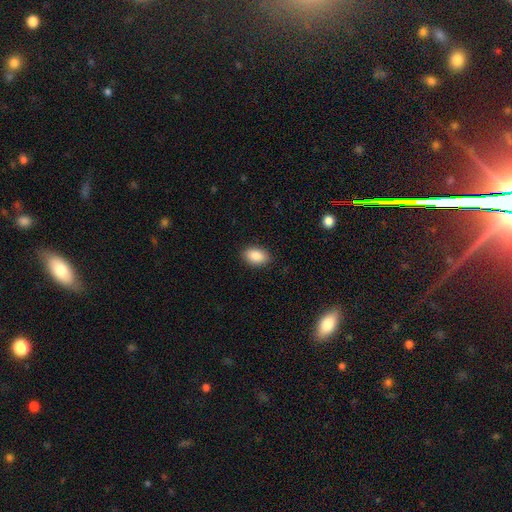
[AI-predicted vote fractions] smooth 89%, star or artifact 7%, featured or disk 4%. Down the decision tree: how rounded — in between (89%); merging — none (89%).